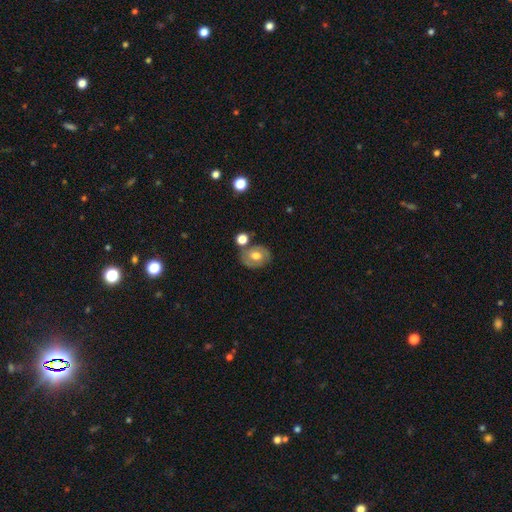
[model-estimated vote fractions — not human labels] Morphology: type=featured or disk (53%); edge-on=no (96%); bar=no (57%); spiral arms=yes (62%); bulge=moderate (66%); merging=none (69%).